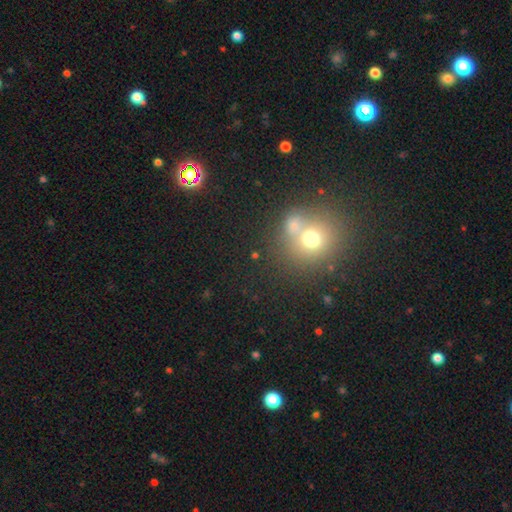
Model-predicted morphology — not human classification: The model was most divided on "merging": none: 52%, merger: 35%, minor disturbance: 8%, major disturbance: 5%. More confident: how rounded — round (80%); smooth or featured — smooth (55%).